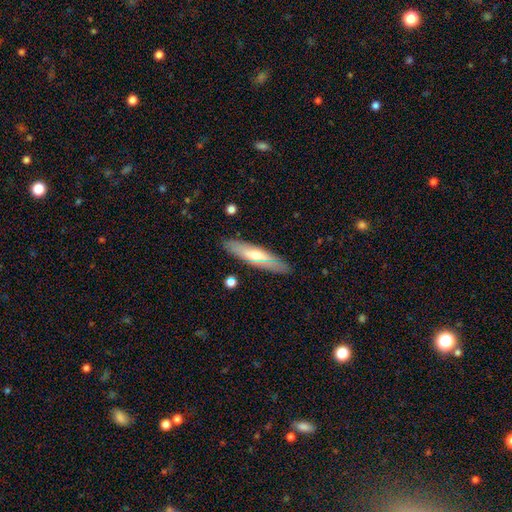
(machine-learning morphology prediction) Smooth or featured: smooth — 51% (featured or disk — 43%)
How rounded: cigar-shaped — 77% (in between — 21%)
Merging: none — 88% (minor disturbance — 9%)